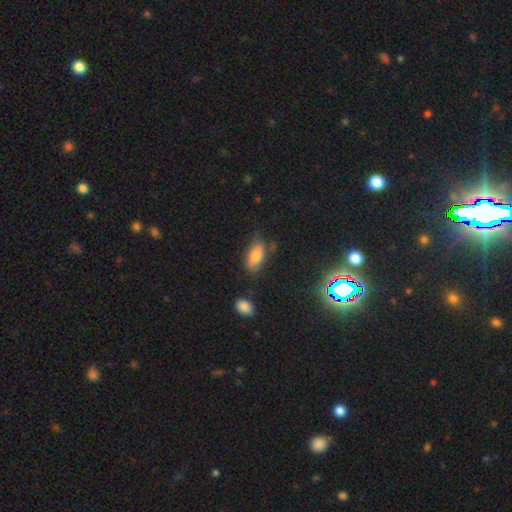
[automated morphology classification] A smooth galaxy with no disk features (75%) that is in between round and cigar-shaped (86%). Merging: none (64%).